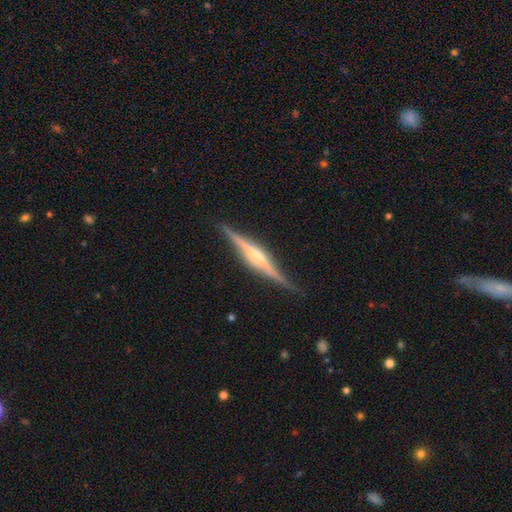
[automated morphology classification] This is clearly a featured or disk galaxy (84%). It is clearly viewed edge-on (98%). Edge-on bulge: likely rounded (71%). Merging: clearly none (88%).